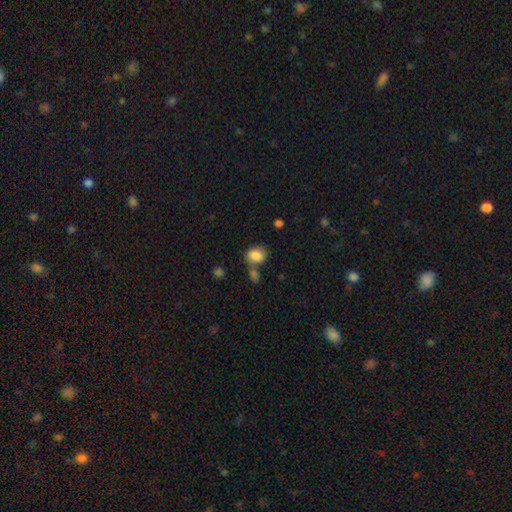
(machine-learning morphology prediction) smooth_or_featured: smooth (p=0.84) [alt: star or artifact p=0.09]
how_rounded: in between (p=0.64) [alt: round p=0.35]
merging: none (p=0.48) [alt: merger p=0.29]